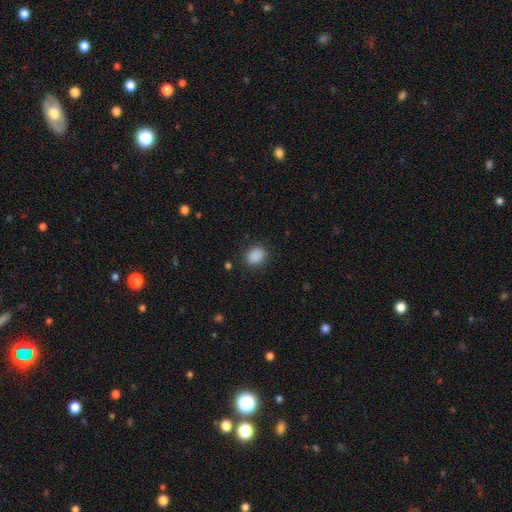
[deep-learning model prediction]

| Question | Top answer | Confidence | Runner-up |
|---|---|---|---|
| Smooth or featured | smooth | 88% | star or artifact (9%) |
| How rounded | in between | 51% | round (48%) |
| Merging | none | 87% | minor disturbance (9%) |